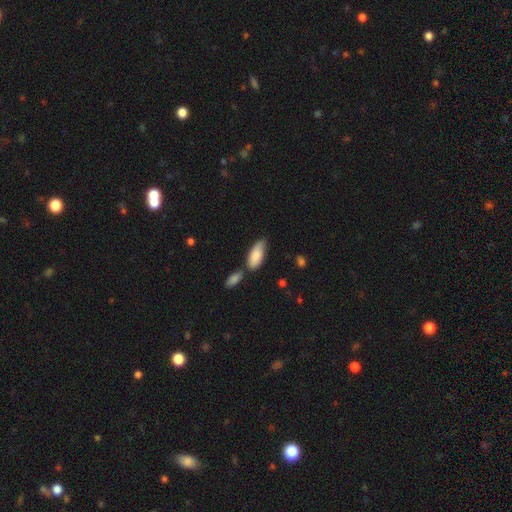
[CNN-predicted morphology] This appears to be a smooth galaxy with no disk features (83%) that is in between round and cigar-shaped (83%). Merging: none (55%).